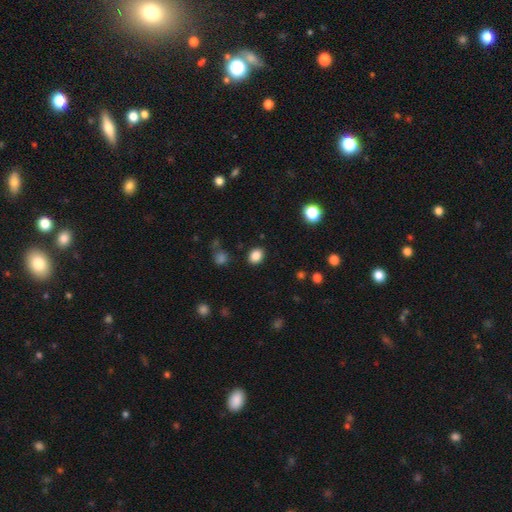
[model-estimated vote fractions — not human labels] Morphology: type=smooth (85%); roundness=in between (55%); merging=none (87%).